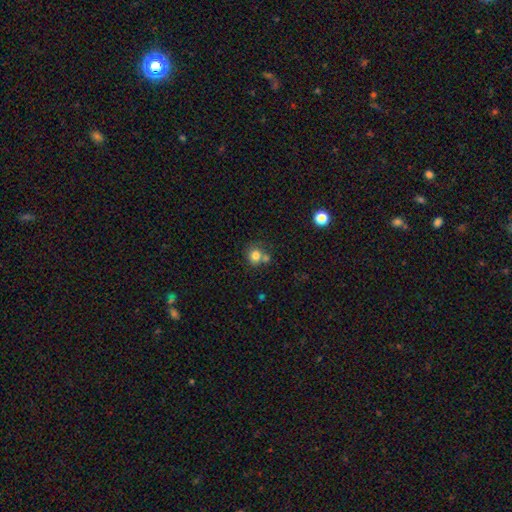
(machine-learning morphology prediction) The model was most divided on "merging": none: 54%, merger: 30%, minor disturbance: 12%, major disturbance: 4%. More confident: how rounded — round (82%); smooth or featured — smooth (79%).